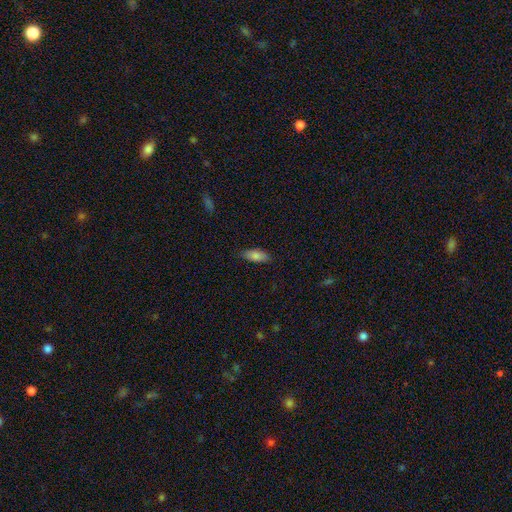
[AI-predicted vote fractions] This appears to be a smooth galaxy with no disk features (83%) that is in between round and cigar-shaped (79%). Merging: none (83%).